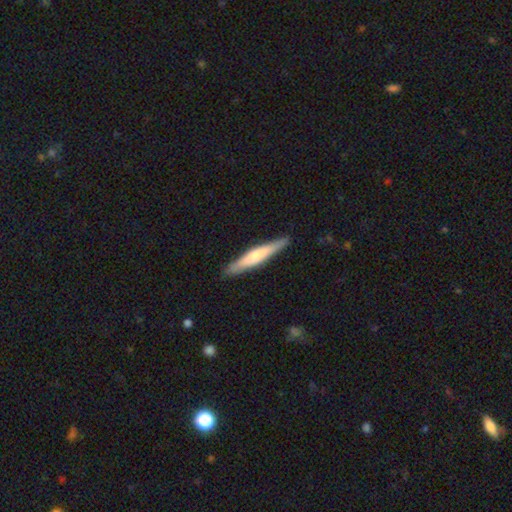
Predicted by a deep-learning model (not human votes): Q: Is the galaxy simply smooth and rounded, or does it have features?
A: smooth — 50%.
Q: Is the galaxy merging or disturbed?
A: none — 90%.